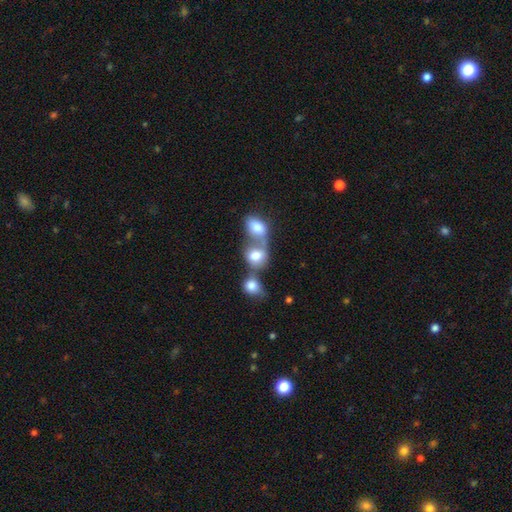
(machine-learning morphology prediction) Q: Smooth or featured?
A: smooth (78%); runner-up: featured or disk (13%)
Q: How rounded?
A: in between (51%); runner-up: round (48%)
Q: Merging?
A: merger (65%); runner-up: none (22%)